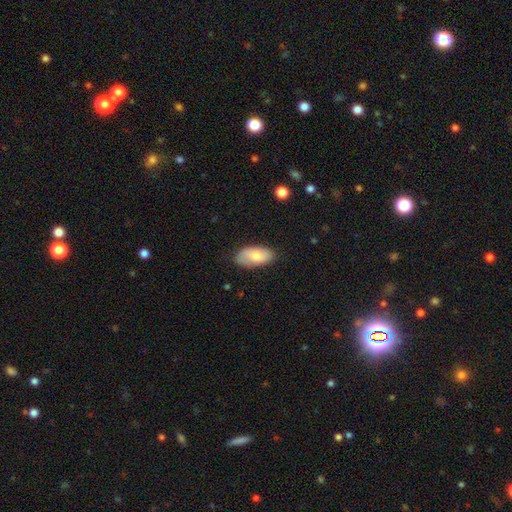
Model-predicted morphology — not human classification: smooth_or_featured: smooth (p=0.72) [alt: featured or disk p=0.22]
how_rounded: in between (p=0.94) [alt: cigar-shaped p=0.03]
merging: none (p=0.79) [alt: minor disturbance p=0.17]